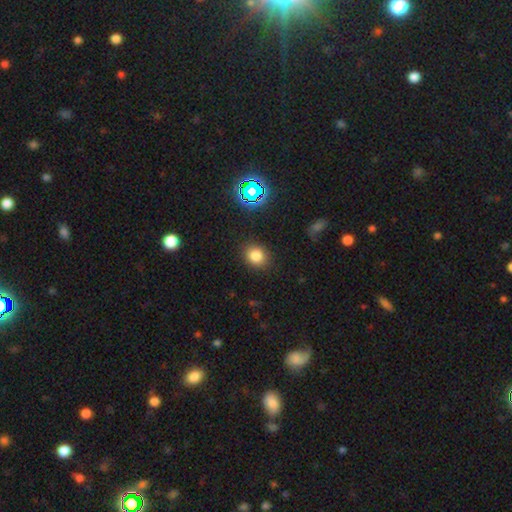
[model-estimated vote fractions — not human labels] Overall: smooth (79%). How rounded: round (63%; in between 36%). Merging: none (86%).